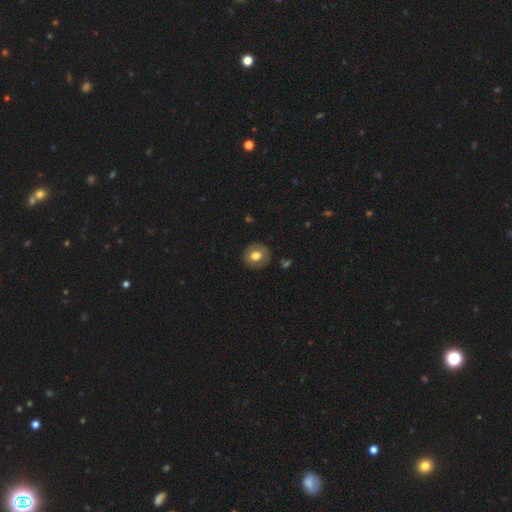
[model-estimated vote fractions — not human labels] Smooth or featured?
  - smooth: 68% *
  - featured or disk: 24%
  - star or artifact: 8%
How rounded?
  - round: 84% *
  - in between: 15%
  - cigar-shaped: 1%
Merging?
  - none: 87% *
  - minor disturbance: 9%
  - major disturbance: 2%
  - merger: 1%